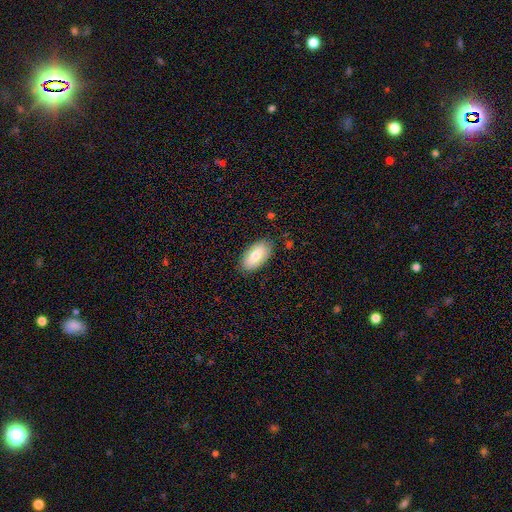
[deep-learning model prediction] Q: Smooth or featured?
A: smooth (72%); runner-up: featured or disk (22%)
Q: How rounded?
A: in between (93%); runner-up: cigar-shaped (4%)
Q: Merging?
A: none (84%); runner-up: minor disturbance (12%)